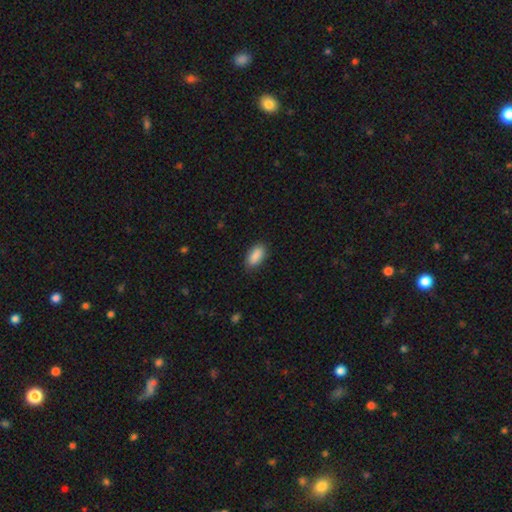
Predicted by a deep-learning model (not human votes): A smooth galaxy with no disk features (90%) that is in between round and cigar-shaped (90%). Merging: none (86%).